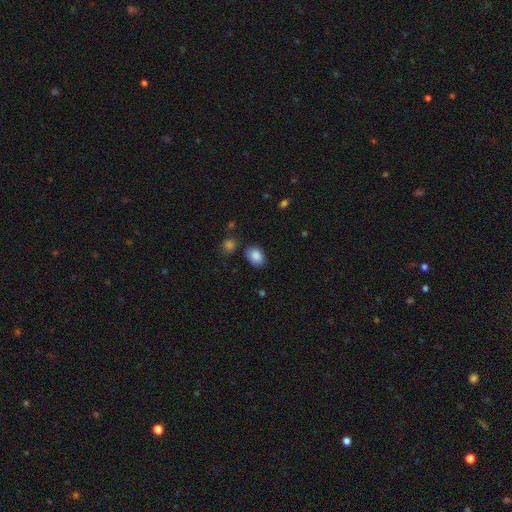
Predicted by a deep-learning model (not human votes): This appears to be a smooth galaxy with no disk features (87%) that is in between round and cigar-shaped (75%). Merging: none (77%).